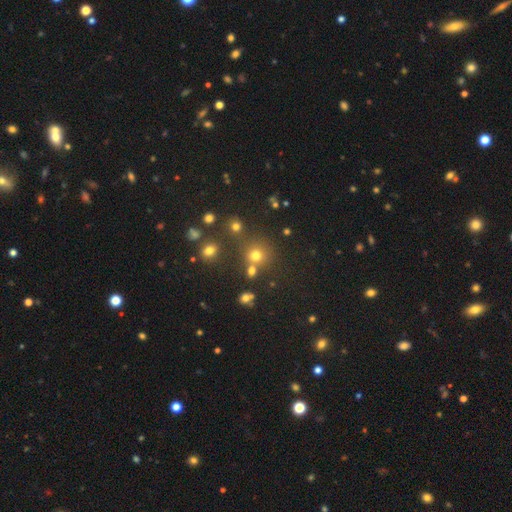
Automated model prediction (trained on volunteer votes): A smooth galaxy with no disk features (70%) that is round (88%). Merging: none (68%).